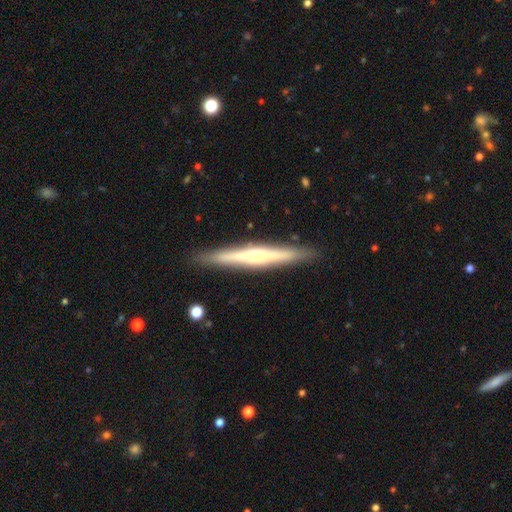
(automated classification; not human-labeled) featured or disk 69%, smooth 26%, star or artifact 6%. Down the decision tree: edge-on disk — yes (97%); edge-on bulge — rounded (57%); merging — none (90%).